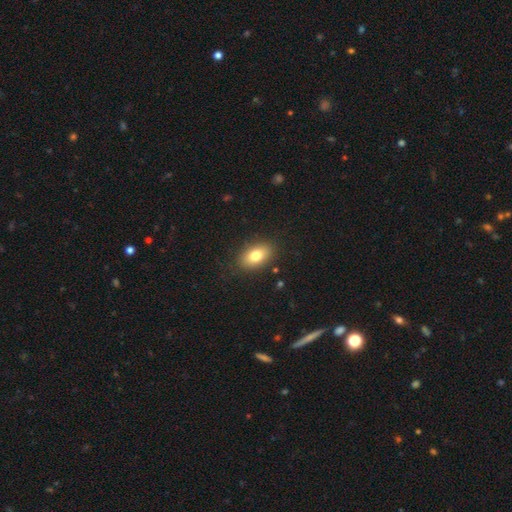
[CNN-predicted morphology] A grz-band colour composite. It shows a smooth galaxy with no disk features (78%) that is in between round and cigar-shaped (88%). Merging: none (86%).